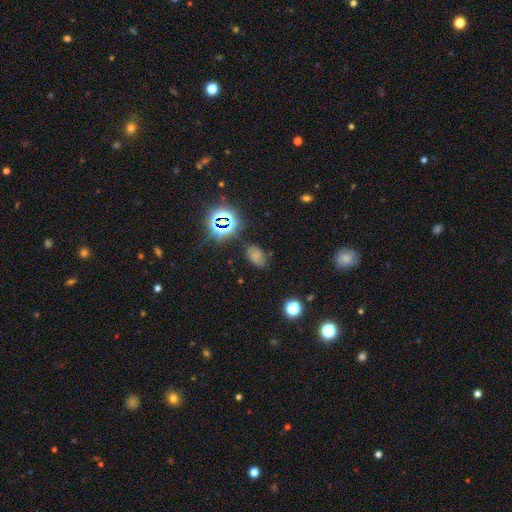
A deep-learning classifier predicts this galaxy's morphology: smooth_or_featured: smooth (p=0.56) [alt: star or artifact p=0.30]
how_rounded: in between (p=0.86) [alt: round p=0.12]
merging: none (p=0.70) [alt: minor disturbance p=0.21]